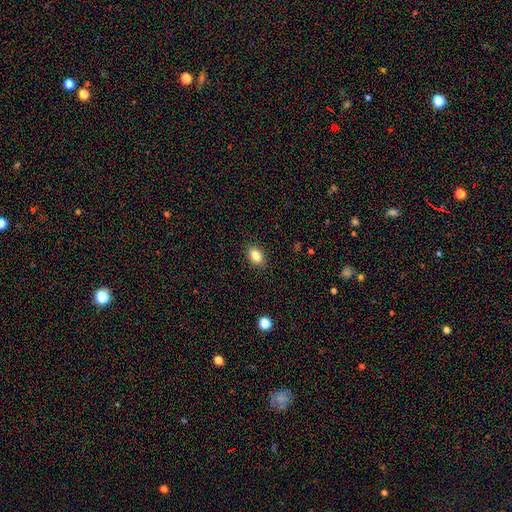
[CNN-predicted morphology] This appears to be a smooth galaxy with no disk features (84%) that is in between round and cigar-shaped (86%). Merging: none (88%).